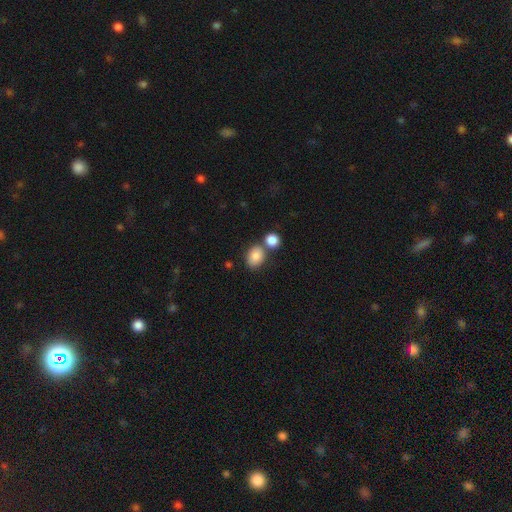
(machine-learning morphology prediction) Smooth or featured? Predicted: smooth (p=0.84). How rounded? Predicted: in between (p=0.67). Merging? Predicted: none (p=0.58).